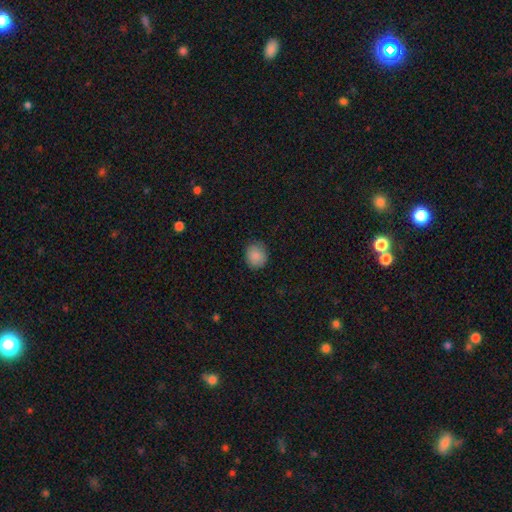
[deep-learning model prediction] smooth-or-featured: smooth: 88% | star or artifact: 9% | featured or disk: 4%
  how-rounded: round: 81% | in between: 18% | cigar-shaped: 1%
  merging: none: 85% | minor disturbance: 12% | major disturbance: 3% | merger: 1%